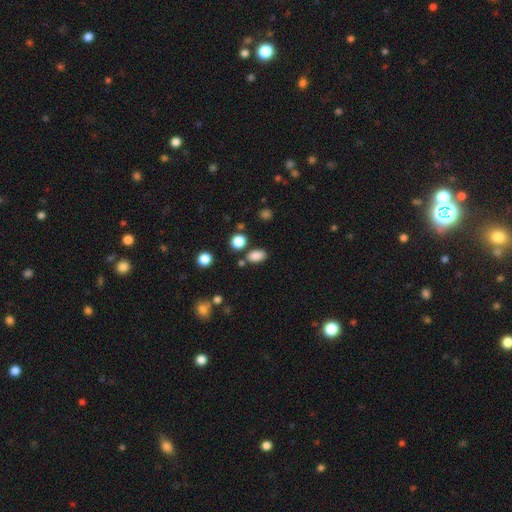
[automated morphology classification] A smooth galaxy with no disk features (84%) that is in between round and cigar-shaped (84%). Merging: none (78%).